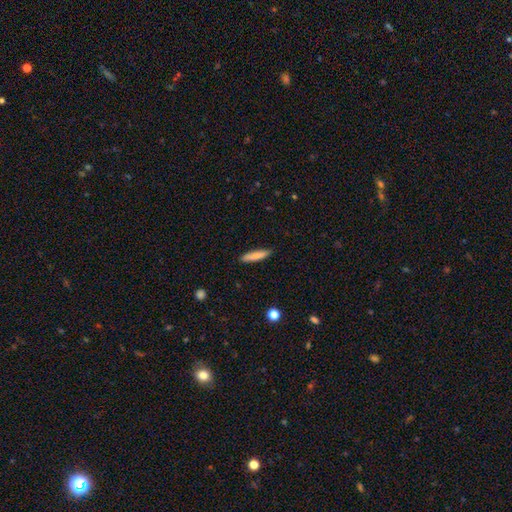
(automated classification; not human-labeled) Smooth or featured? smooth (83%)
How rounded? cigar-shaped (85%)
Merging? none (89%)